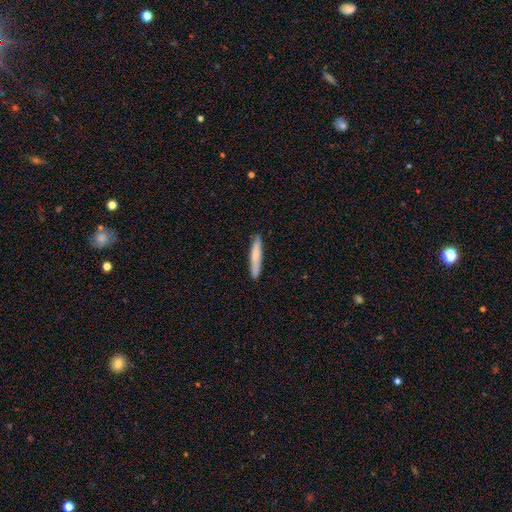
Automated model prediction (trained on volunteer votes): The model was most divided on "smooth or featured": smooth: 74%, featured or disk: 21%, star or artifact: 5%. More confident: how rounded — cigar-shaped (92%); merging — none (88%).